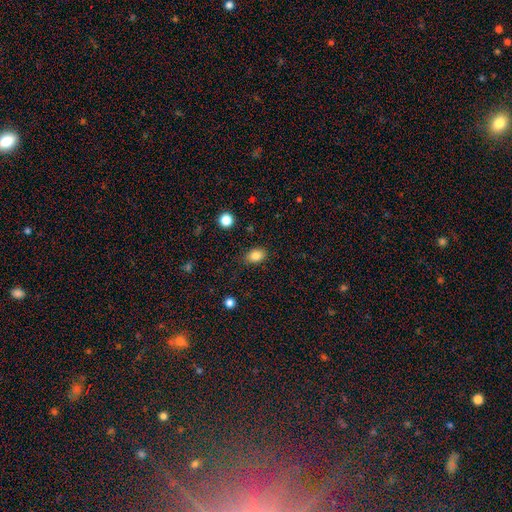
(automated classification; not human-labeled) Smooth or featured? smooth (85%)
How rounded? in between (77%)
Merging? none (82%)